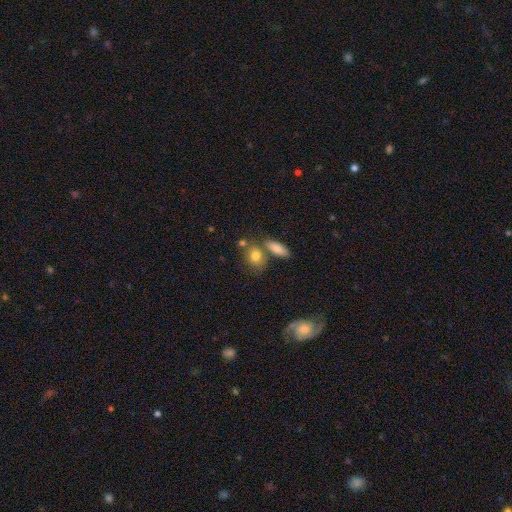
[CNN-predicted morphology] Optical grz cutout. It shows a smooth galaxy with no disk features (78%) that is in between round and cigar-shaped (58%). Merging: none (54%).